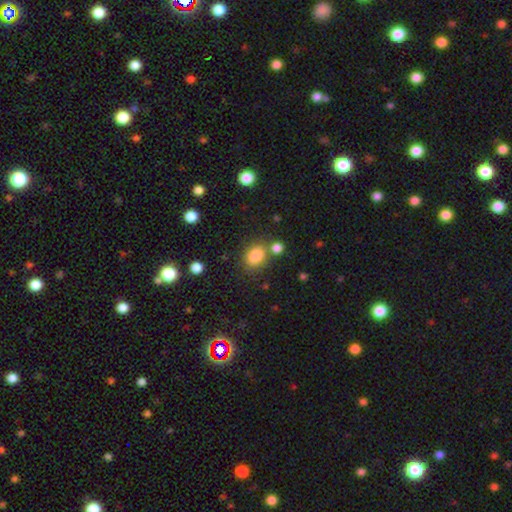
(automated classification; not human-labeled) Overall: smooth (84%). How rounded: in between (62%; round 37%). Merging: none (69%).